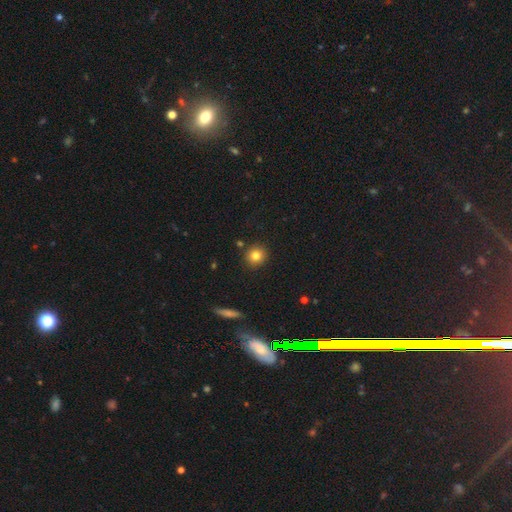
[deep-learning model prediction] smooth 80%, star or artifact 12%, featured or disk 8%. Down the decision tree: how rounded — round (89%); merging — none (88%).